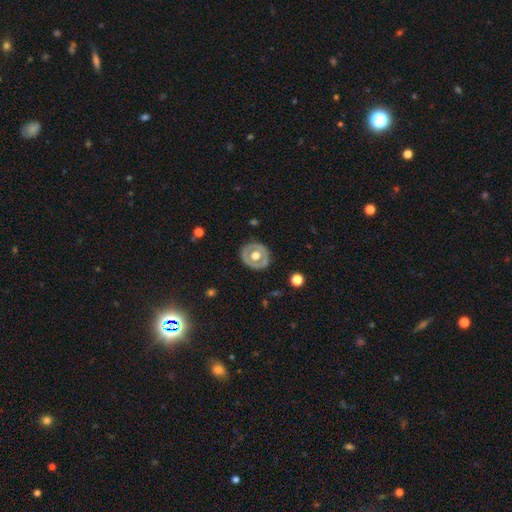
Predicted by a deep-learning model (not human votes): The model was most divided on "smooth or featured": featured or disk: 55%, smooth: 39%, star or artifact: 6%. More confident: edge-on disk — no (93%); spiral arms — no (91%); bar — no (88%); merging — none (83%); bulge size — moderate (61%).